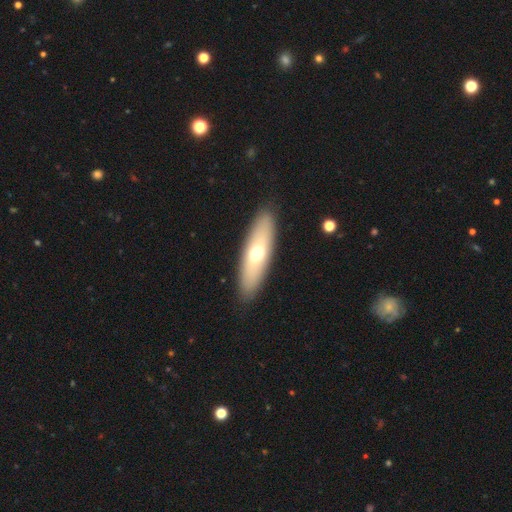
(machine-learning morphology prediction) This appears to be a smooth galaxy with no disk features (58%) that is cigar-shaped (51%). Merging: none (90%).